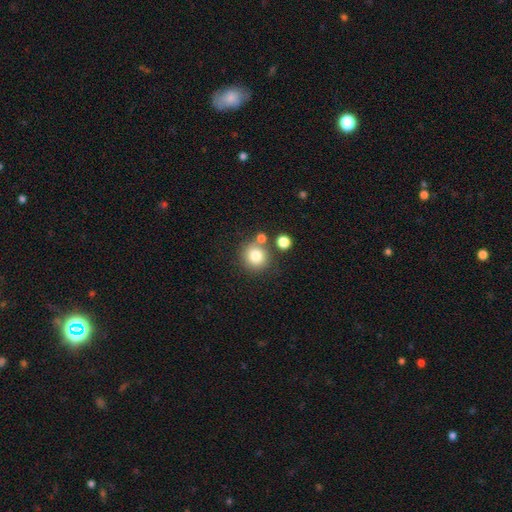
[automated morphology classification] A smooth galaxy with no disk features (80%) that is round (91%).

Vote fractions:
- Smooth or featured? smooth: 80% / star or artifact: 11% / featured or disk: 9%
- How rounded? round: 91% / in between: 8% / cigar-shaped: 1%
- Merging? none: 71% / merger: 16% / minor disturbance: 10% / major disturbance: 4%